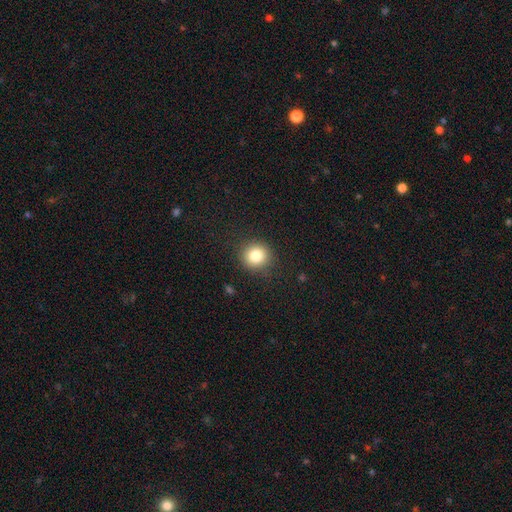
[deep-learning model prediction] Smooth or featured?
  - smooth: 82% *
  - star or artifact: 11%
  - featured or disk: 7%
How rounded?
  - round: 89% *
  - in between: 10%
  - cigar-shaped: 1%
Merging?
  - none: 88% *
  - minor disturbance: 8%
  - major disturbance: 3%
  - merger: 1%